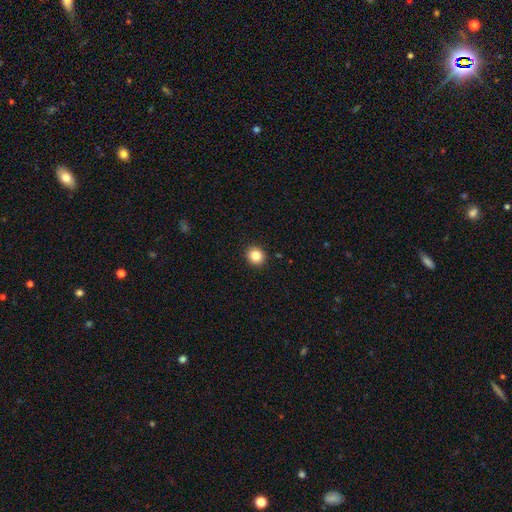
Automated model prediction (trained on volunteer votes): smooth-or-featured: smooth: 84% | star or artifact: 10% | featured or disk: 5%
  how-rounded: round: 82% | in between: 17% | cigar-shaped: 1%
  merging: none: 92% | minor disturbance: 5% | major disturbance: 2% | merger: 1%